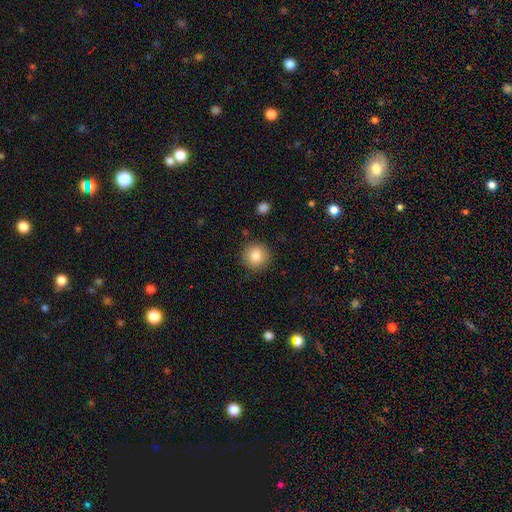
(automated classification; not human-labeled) This appears to be a smooth galaxy with no disk features (85%) that is round (93%). Merging: none (88%).